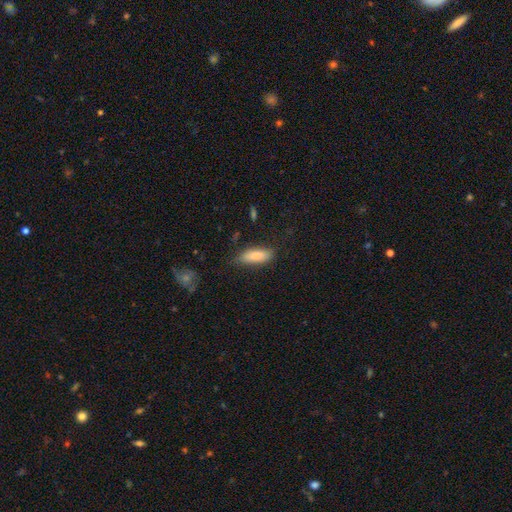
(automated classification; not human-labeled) A smooth galaxy with no disk features (85%) that is in between round and cigar-shaped (67%). Merging: none (74%).